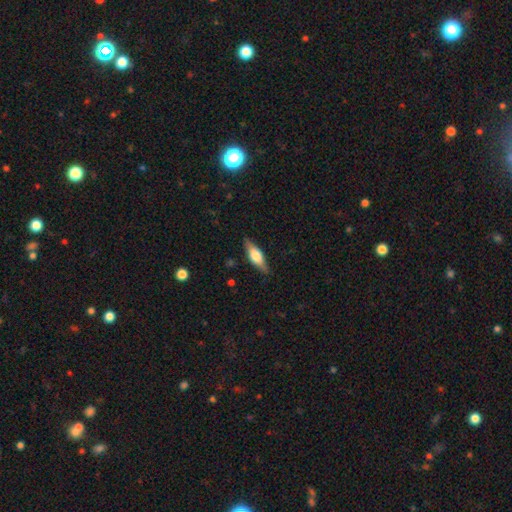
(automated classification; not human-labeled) smooth_or_featured: featured or disk (p=0.51) [alt: smooth p=0.42]
disk_edge_on: yes (p=0.92) [alt: no p=0.08]
merging: none (p=0.84) [alt: minor disturbance p=0.12]